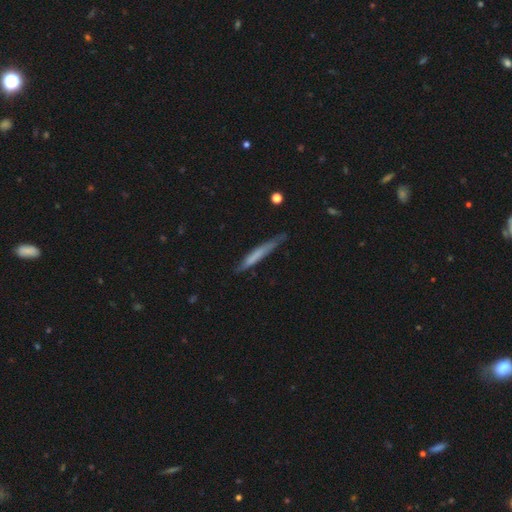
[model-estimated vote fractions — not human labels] Smooth or featured? Predicted: smooth (p=0.58). How rounded? Predicted: cigar-shaped (p=0.95). Merging? Predicted: none (p=0.69).